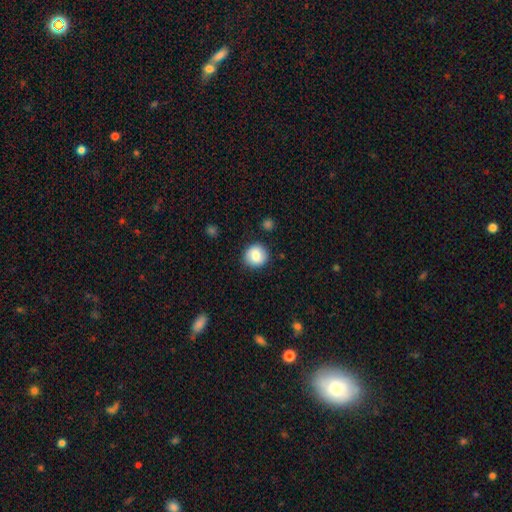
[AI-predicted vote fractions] A smooth galaxy with no disk features (80%) that is round (89%).

Vote fractions:
- Smooth or featured? smooth: 80% / featured or disk: 11% / star or artifact: 9%
- How rounded? round: 89% / in between: 10% / cigar-shaped: 1%
- Merging? none: 87% / minor disturbance: 9% / major disturbance: 2% / merger: 2%